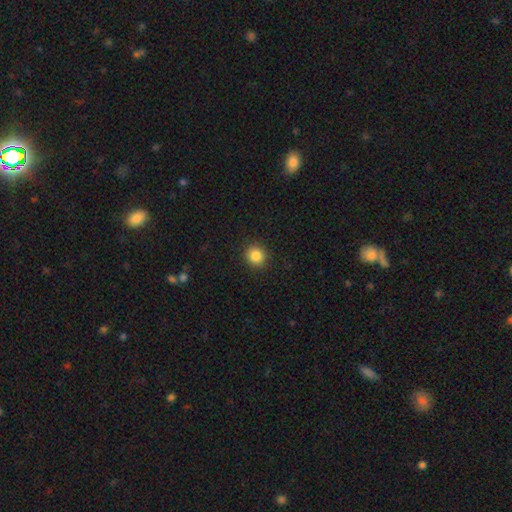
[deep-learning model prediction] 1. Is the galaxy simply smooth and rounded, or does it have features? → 85% smooth, 11% star or artifact, 4% featured or disk.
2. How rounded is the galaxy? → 89% round, 10% in between, 1% cigar-shaped.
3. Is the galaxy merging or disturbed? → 92% none, 6% minor disturbance, 2% major disturbance, 1% merger.